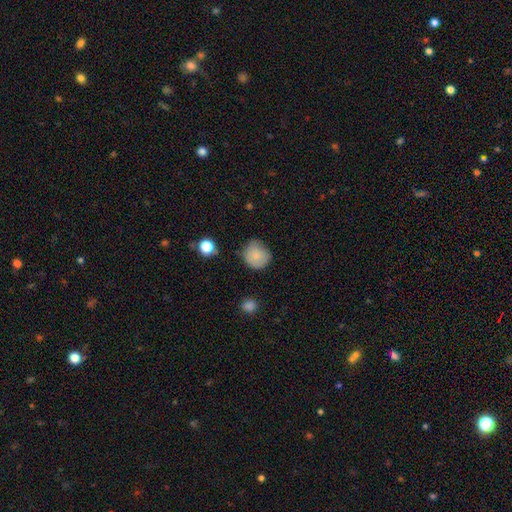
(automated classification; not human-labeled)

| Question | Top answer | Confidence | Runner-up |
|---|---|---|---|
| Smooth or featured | smooth | 81% | featured or disk (10%) |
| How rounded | round | 86% | in between (13%) |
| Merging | none | 64% | minor disturbance (29%) |